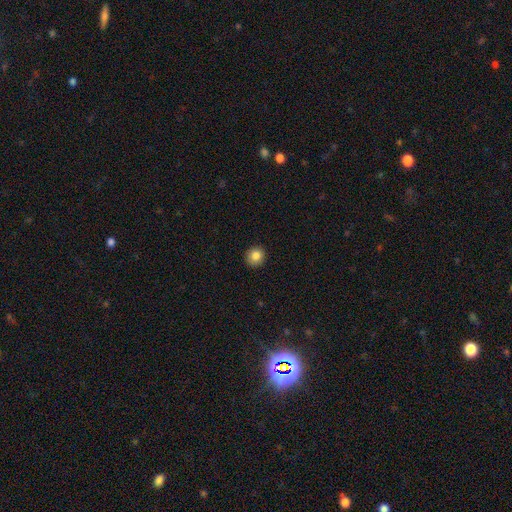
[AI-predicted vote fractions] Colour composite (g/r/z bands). It shows a smooth galaxy with no disk features (85%) that is round (90%). Merging: none (92%).